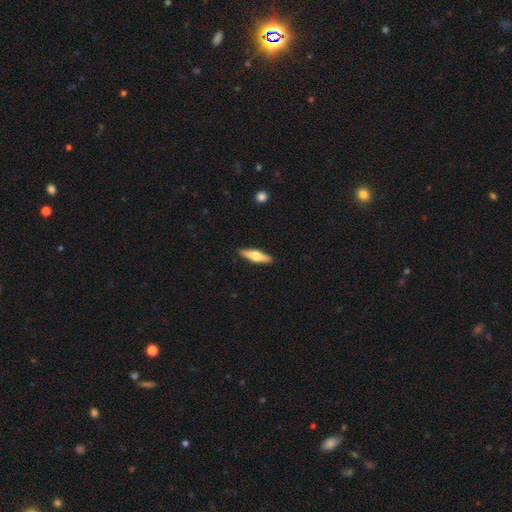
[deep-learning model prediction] Smooth or featured: featured or disk — 51% (smooth — 43%)
Edge-on disk: yes — 93% (no — 7%)
Merging: none — 90% (minor disturbance — 7%)